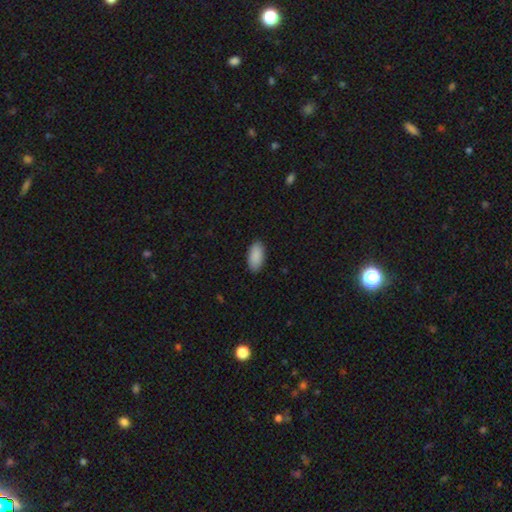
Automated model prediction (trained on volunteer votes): A smooth galaxy with no disk features (91%) that is in between round and cigar-shaped (94%).

Vote fractions:
- Smooth or featured? smooth: 91% / star or artifact: 6% / featured or disk: 3%
- How rounded? in between: 94% / cigar-shaped: 4% / round: 2%
- Merging? none: 89% / minor disturbance: 9% / major disturbance: 2% / merger: 1%